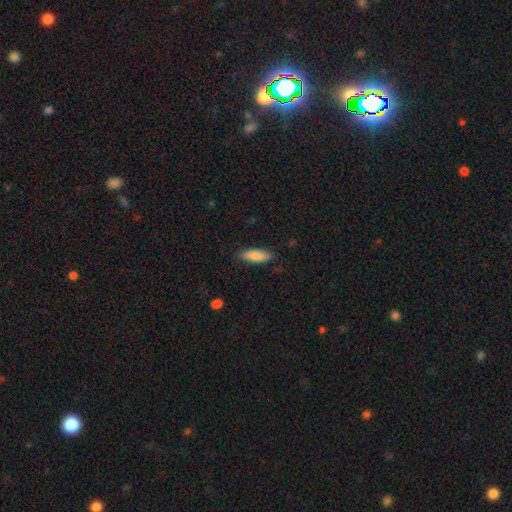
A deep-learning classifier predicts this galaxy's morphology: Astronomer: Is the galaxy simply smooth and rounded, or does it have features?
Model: smooth — 85%.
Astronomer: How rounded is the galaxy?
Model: in between — 54% (runner-up: cigar-shaped, 44%).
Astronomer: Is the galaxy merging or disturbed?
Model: none — 86%.